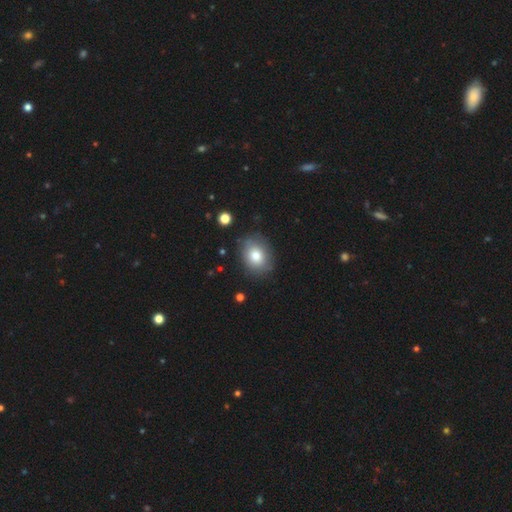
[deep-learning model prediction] Smooth or featured? smooth (78%)
How rounded? in between (57%)
Merging? none (82%)